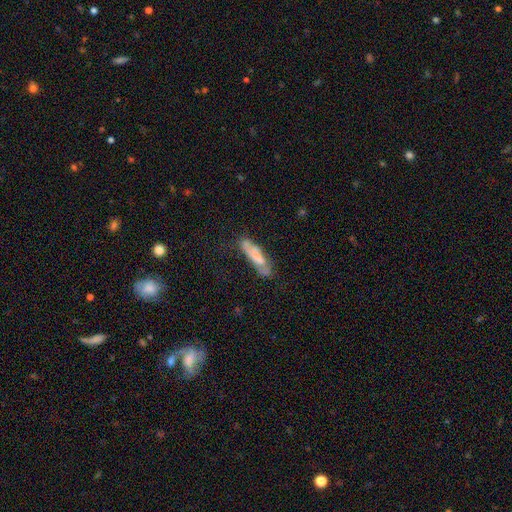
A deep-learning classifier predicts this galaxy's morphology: Smooth or featured?
  - smooth: 60% *
  - featured or disk: 32%
  - star or artifact: 8%
How rounded?
  - cigar-shaped: 72% *
  - in between: 26%
  - round: 2%
Merging?
  - none: 56% *
  - minor disturbance: 25%
  - major disturbance: 12%
  - merger: 6%